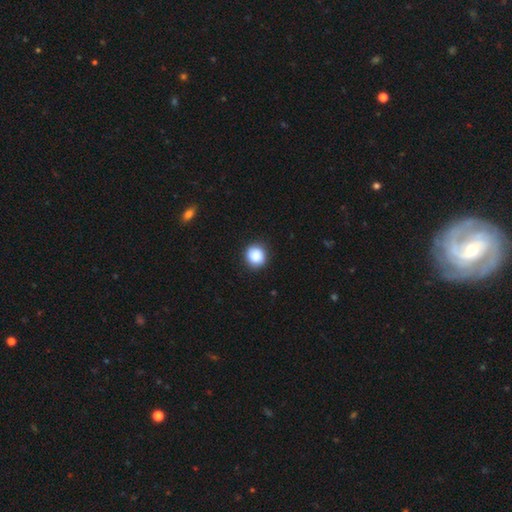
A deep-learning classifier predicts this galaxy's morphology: This appears to be a smooth galaxy with no disk features (88%) that is round (87%). Merging: none (89%).